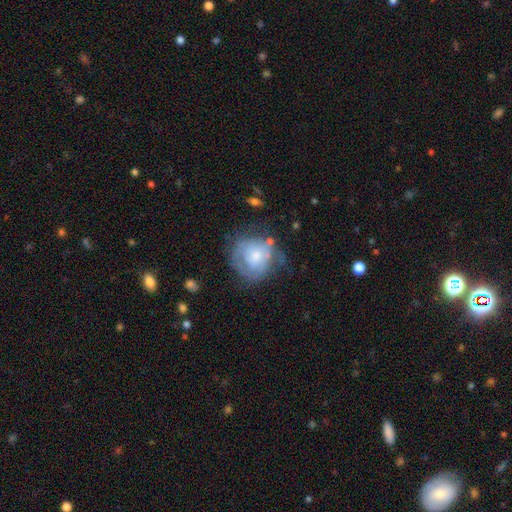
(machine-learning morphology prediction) smooth 49%, featured or disk 44%, star or artifact 8%. Down the decision tree: merging — none (47%).